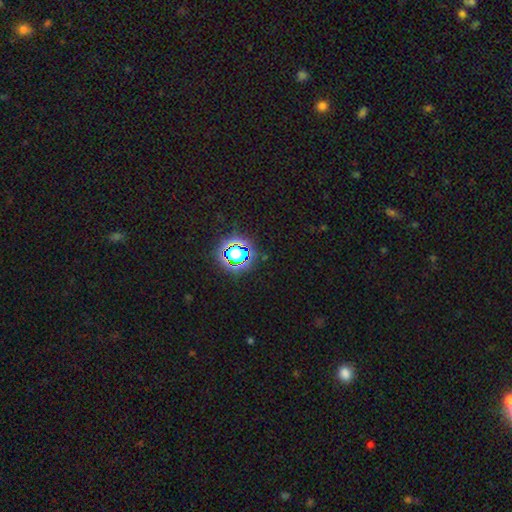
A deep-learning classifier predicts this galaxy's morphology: Overall: star or artifact (76%).